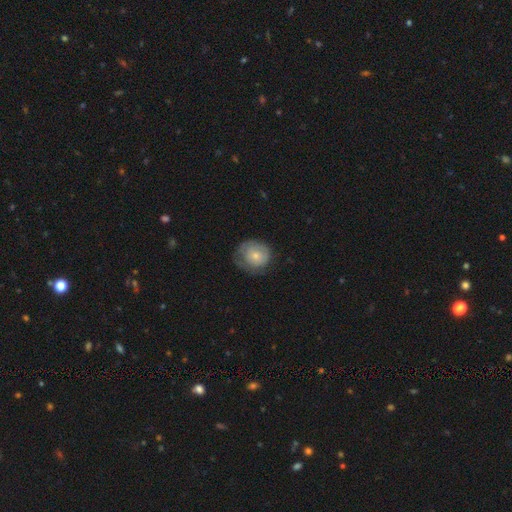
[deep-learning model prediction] The model was most divided on "merging": none: 57%, minor disturbance: 28%, major disturbance: 13%, merger: 1%. More confident: how rounded — round (82%); smooth or featured — smooth (64%).